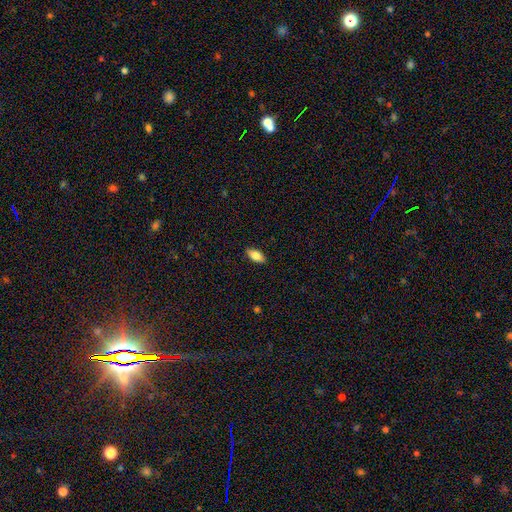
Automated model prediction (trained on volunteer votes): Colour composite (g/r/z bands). It shows a smooth galaxy with no disk features (80%) that is in between round and cigar-shaped (88%). Merging: none (89%).